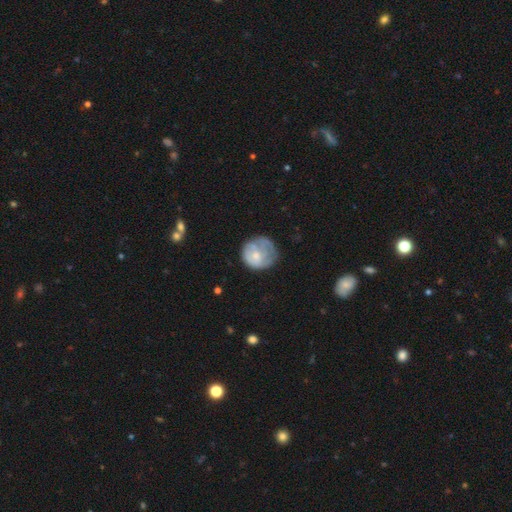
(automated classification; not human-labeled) This is possibly a smooth galaxy (56%). How rounded: clearly round (86%). Merging: possibly none (54%).